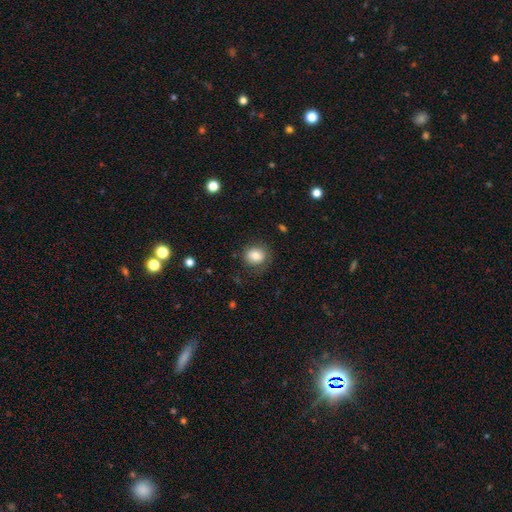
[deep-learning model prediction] Smooth or featured?
  - smooth: 81% *
  - star or artifact: 9%
  - featured or disk: 9%
How rounded?
  - round: 69% *
  - in between: 30%
  - cigar-shaped: 1%
Merging?
  - none: 79% *
  - minor disturbance: 14%
  - major disturbance: 5%
  - merger: 1%